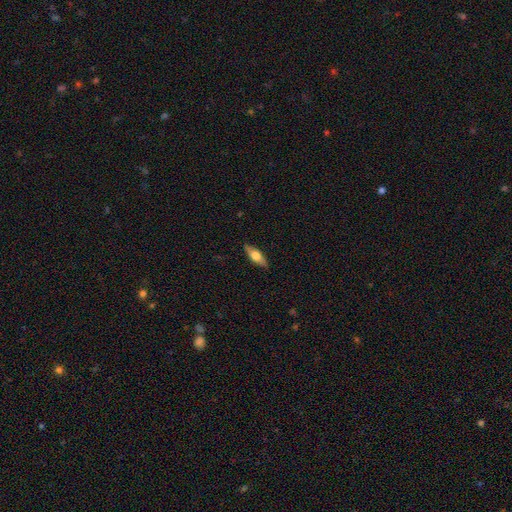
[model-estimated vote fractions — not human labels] Q: Smooth or featured?
A: smooth (53%); runner-up: featured or disk (41%)
Q: How rounded?
A: in between (58%); runner-up: cigar-shaped (39%)
Q: Merging?
A: none (88%); runner-up: minor disturbance (9%)